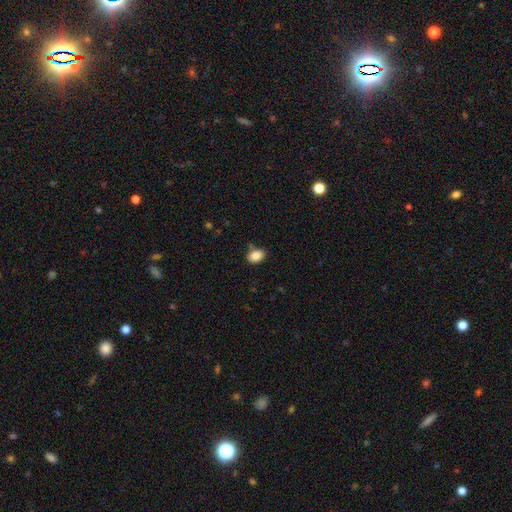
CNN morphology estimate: smooth 88%, star or artifact 8%, featured or disk 4%. Down the decision tree: how rounded — in between (79%); merging — none (77%).